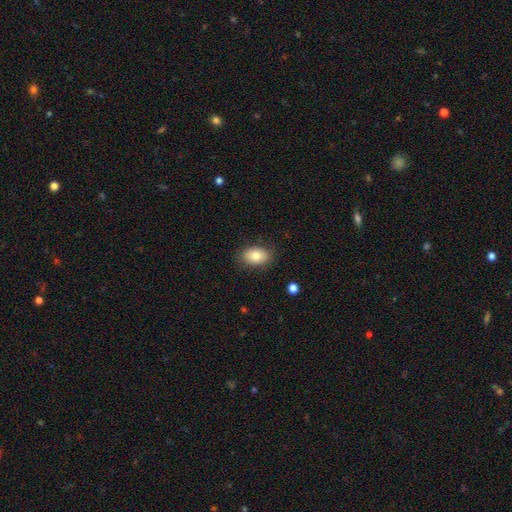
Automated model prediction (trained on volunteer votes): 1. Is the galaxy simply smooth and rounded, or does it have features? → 80% smooth, 12% featured or disk, 8% star or artifact.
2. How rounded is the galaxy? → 85% in between, 14% round, 1% cigar-shaped.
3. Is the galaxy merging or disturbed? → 85% none, 11% minor disturbance, 3% major disturbance, 1% merger.